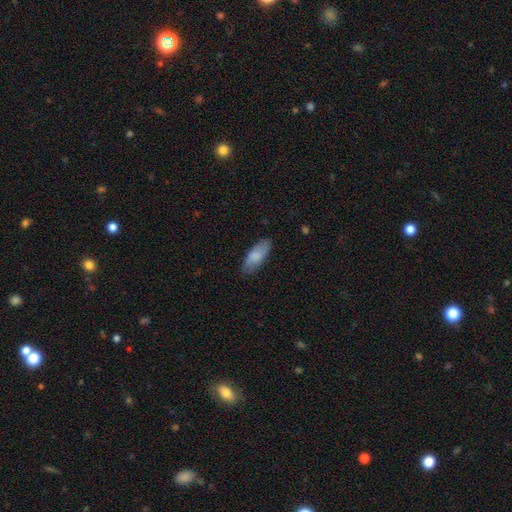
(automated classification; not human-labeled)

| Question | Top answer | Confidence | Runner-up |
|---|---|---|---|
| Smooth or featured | smooth | 80% | featured or disk (14%) |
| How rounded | in between | 79% | cigar-shaped (20%) |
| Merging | none | 83% | minor disturbance (13%) |